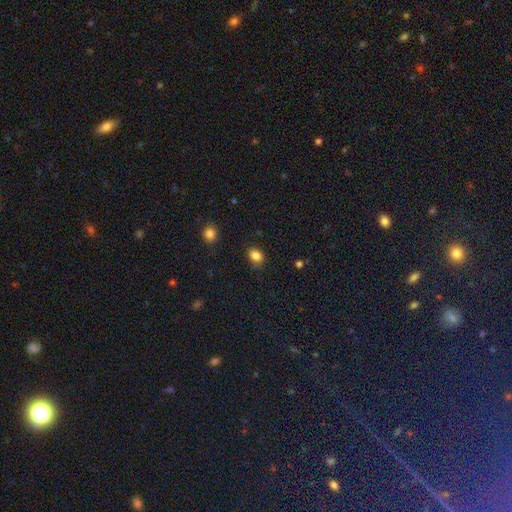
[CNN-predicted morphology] Smooth or featured: smooth — 84% (star or artifact — 11%)
How rounded: in between — 64% (round — 34%)
Merging: none — 79% (minor disturbance — 16%)